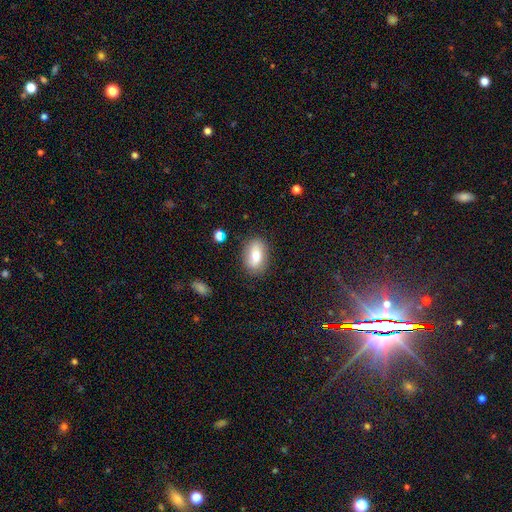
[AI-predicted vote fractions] Smooth or featured?
  - smooth: 71% *
  - featured or disk: 20%
  - star or artifact: 8%
How rounded?
  - in between: 84% *
  - round: 14%
  - cigar-shaped: 2%
Merging?
  - none: 82% *
  - minor disturbance: 13%
  - major disturbance: 3%
  - merger: 2%